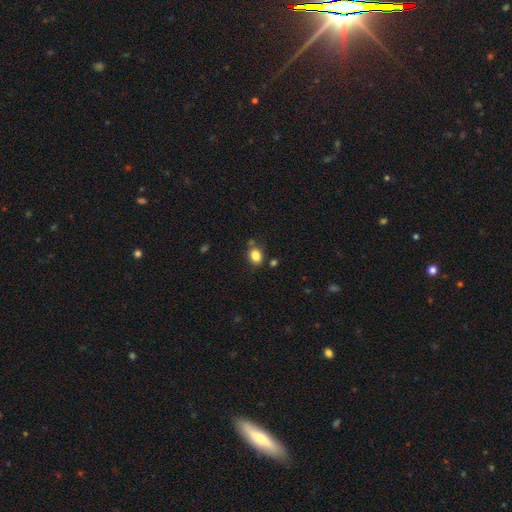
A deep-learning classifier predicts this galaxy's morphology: Smooth or featured?
  - smooth: 84% *
  - star or artifact: 10%
  - featured or disk: 6%
How rounded?
  - in between: 51% *
  - round: 48%
  - cigar-shaped: 1%
Merging?
  - none: 75% *
  - minor disturbance: 14%
  - merger: 8%
  - major disturbance: 4%